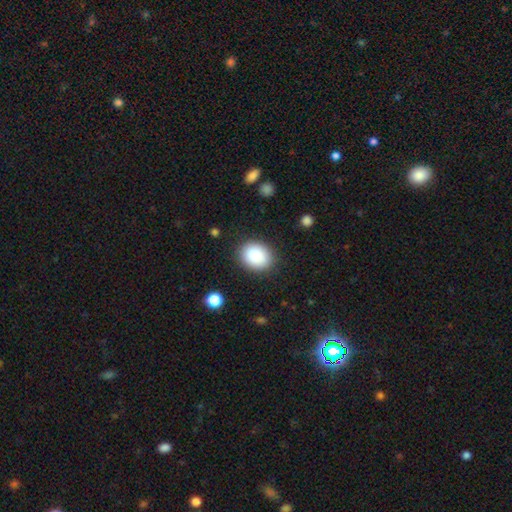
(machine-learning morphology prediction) A smooth galaxy with no disk features (87%) that is round (53%). Merging: none (87%).